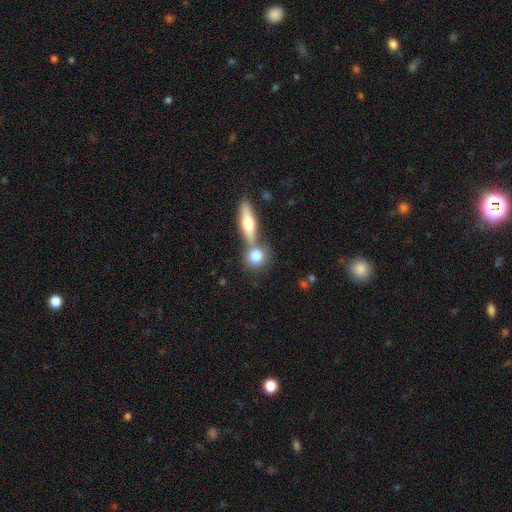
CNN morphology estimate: A smooth galaxy with no disk features (75%) that is round (66%). Merging: none (51%).